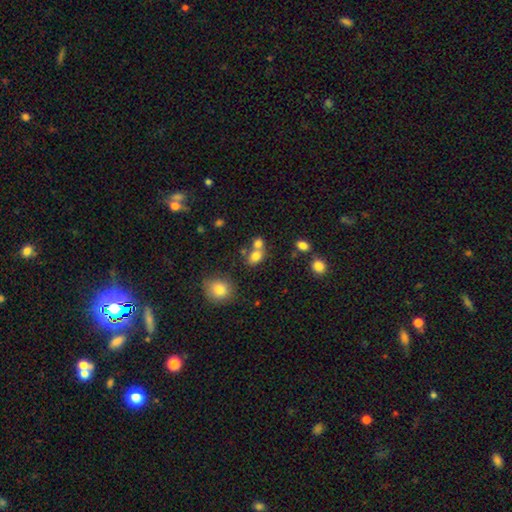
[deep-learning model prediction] smooth-or-featured: smooth: 77% | star or artifact: 12% | featured or disk: 11%
  how-rounded: in between: 65% | round: 33% | cigar-shaped: 2%
  merging: merger: 47% | none: 39% | minor disturbance: 10% | major disturbance: 4%